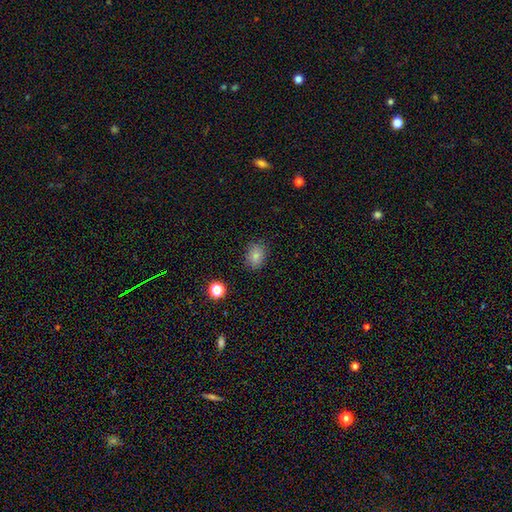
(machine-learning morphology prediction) This appears to be a smooth galaxy with no disk features (81%) that is in between round and cigar-shaped (50%). Merging: none (83%).